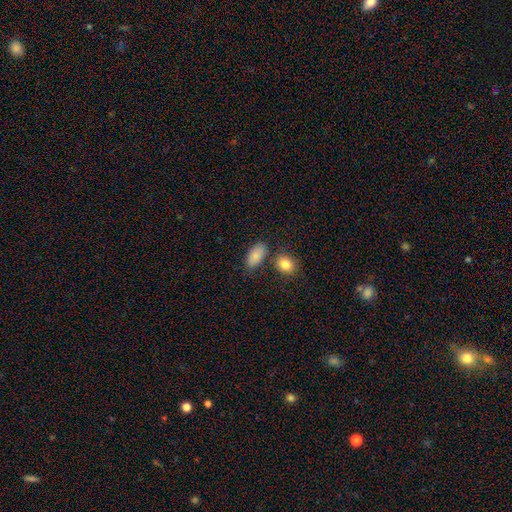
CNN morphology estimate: smooth_or_featured: smooth (p=0.86) [alt: star or artifact p=0.08]
how_rounded: in between (p=0.91) [alt: round p=0.06]
merging: none (p=0.70) [alt: minor disturbance p=0.15]